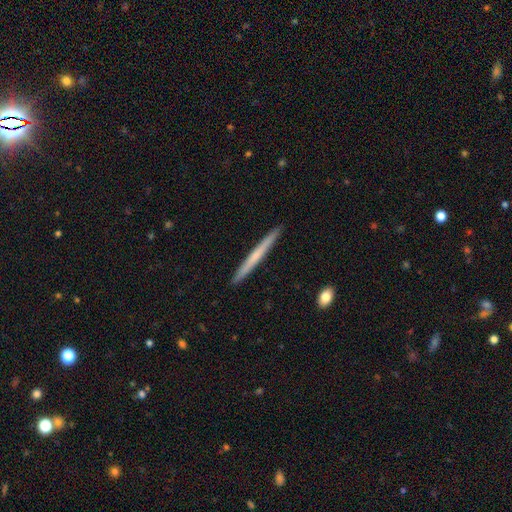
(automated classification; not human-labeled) The model was most divided on "smooth or featured": smooth: 51%, featured or disk: 44%, star or artifact: 6%. More confident: how rounded — cigar-shaped (97%); merging — none (93%).